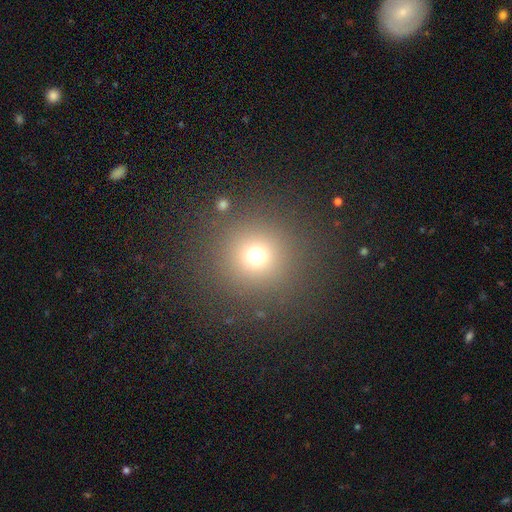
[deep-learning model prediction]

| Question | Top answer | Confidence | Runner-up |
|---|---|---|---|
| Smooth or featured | smooth | 70% | star or artifact (22%) |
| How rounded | round | 94% | in between (5%) |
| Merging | none | 85% | minor disturbance (7%) |